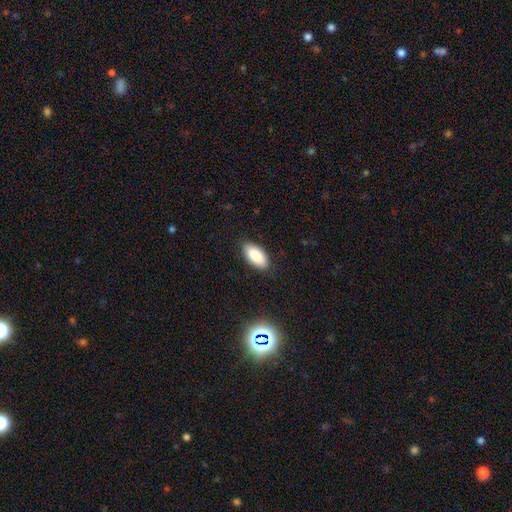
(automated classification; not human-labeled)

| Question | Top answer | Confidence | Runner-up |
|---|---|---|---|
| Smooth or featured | smooth | 87% | star or artifact (7%) |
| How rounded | in between | 91% | cigar-shaped (7%) |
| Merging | none | 87% | minor disturbance (10%) |